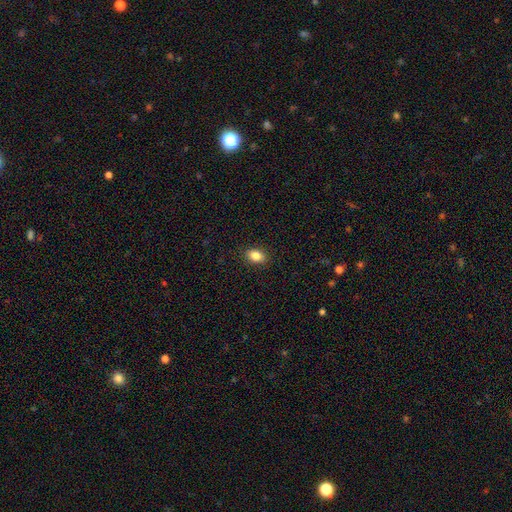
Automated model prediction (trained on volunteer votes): smooth-or-featured: smooth: 85% | star or artifact: 9% | featured or disk: 6%
  how-rounded: in between: 81% | round: 18% | cigar-shaped: 1%
  merging: none: 90% | minor disturbance: 8% | major disturbance: 2% | merger: 1%